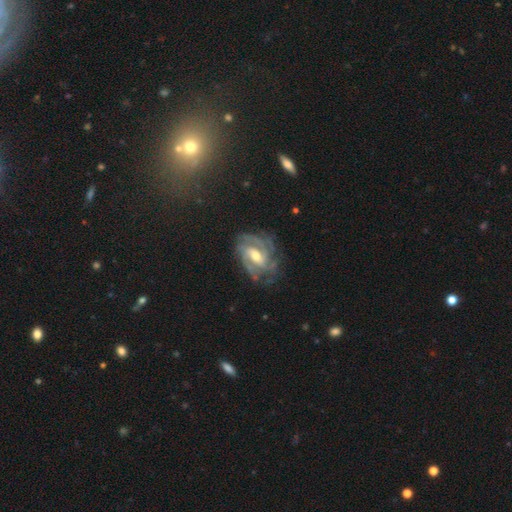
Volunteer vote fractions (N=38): smooth_or_featured: featured or disk (p=0.89) [alt: star or artifact p=0.08]
disk_edge_on: no (p=0.94) [alt: yes p=0.06]
bar: weak (p=0.62) [alt: strong p=0.19]
has_spiral_arms: yes (p=1.00)
spiral_winding: tight (p=0.72) [alt: medium p=0.22]
spiral_arm_count: 3 (p=0.34) [alt: 4 p=0.31]
bulge_size: moderate (p=0.75) [alt: small p=0.22]
merging: none (p=0.54) [alt: minor disturbance p=0.34]